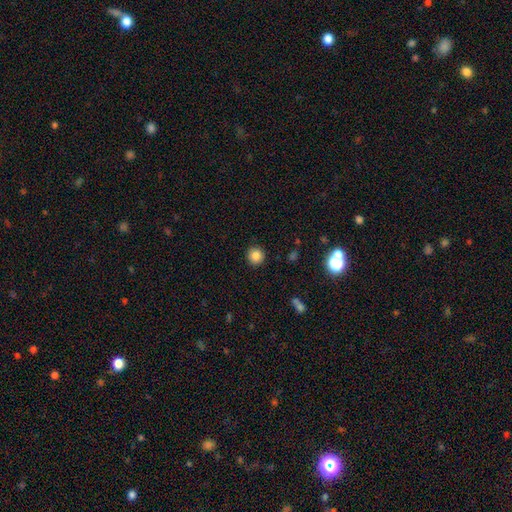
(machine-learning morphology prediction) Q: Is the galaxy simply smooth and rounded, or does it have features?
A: smooth — 83%.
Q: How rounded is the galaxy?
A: round — 94%.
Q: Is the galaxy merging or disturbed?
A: none — 91%.